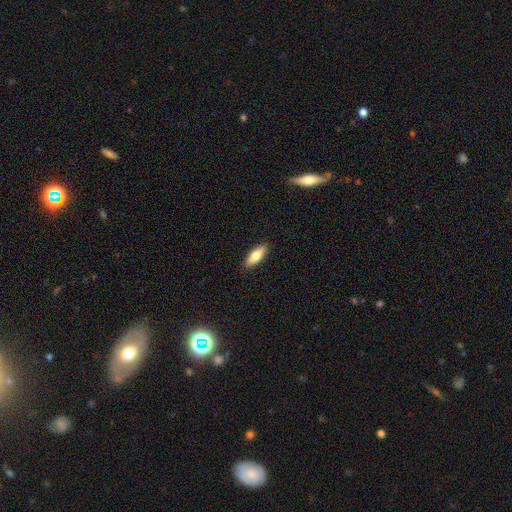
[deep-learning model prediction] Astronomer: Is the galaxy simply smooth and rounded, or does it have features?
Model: smooth — 75%.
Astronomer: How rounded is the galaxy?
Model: in between — 68%.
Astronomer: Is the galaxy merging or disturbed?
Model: none — 90%.